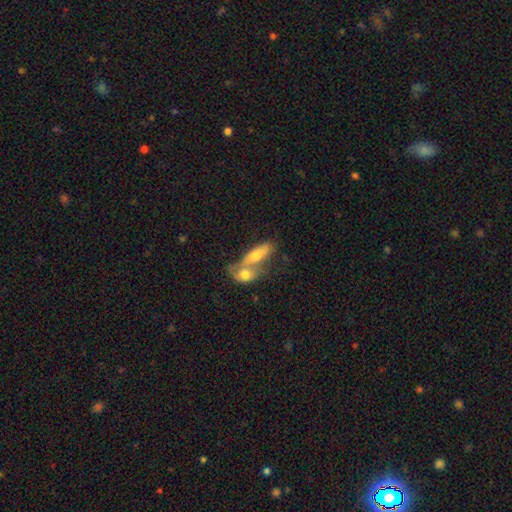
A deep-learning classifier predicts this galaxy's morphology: A smooth galaxy with no disk features (62%) that is in between round and cigar-shaped (60%).

Vote fractions:
- Smooth or featured? smooth: 62% / featured or disk: 31% / star or artifact: 8%
- How rounded? in between: 60% / cigar-shaped: 35% / round: 4%
- Merging? merger: 66% / none: 24% / minor disturbance: 7% / major disturbance: 4%